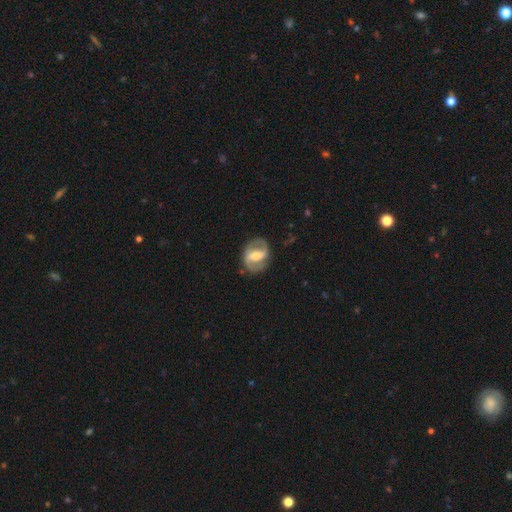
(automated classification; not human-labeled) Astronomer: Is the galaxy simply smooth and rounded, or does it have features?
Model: featured or disk — 77%.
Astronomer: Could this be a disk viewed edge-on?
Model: no — 97%.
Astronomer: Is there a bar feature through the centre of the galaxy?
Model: strong — 51% (runner-up: weak, 35%).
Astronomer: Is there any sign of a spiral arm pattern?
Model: yes — 84%.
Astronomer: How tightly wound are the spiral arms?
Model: medium — 49% (runner-up: tight, 26%).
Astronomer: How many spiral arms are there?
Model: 2 — 88%.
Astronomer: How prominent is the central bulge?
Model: moderate — 52% (runner-up: small, 29%).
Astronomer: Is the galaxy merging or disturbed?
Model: none — 80%.